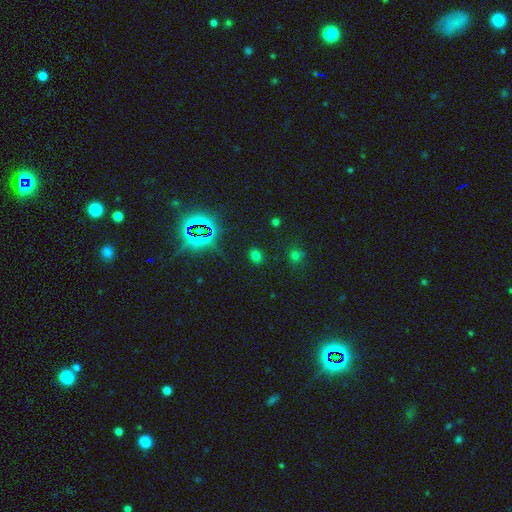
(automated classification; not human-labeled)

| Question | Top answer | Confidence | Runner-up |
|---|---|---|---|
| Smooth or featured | smooth | 62% | star or artifact (32%) |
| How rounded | round | 52% | in between (46%) |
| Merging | none | 85% | minor disturbance (9%) |